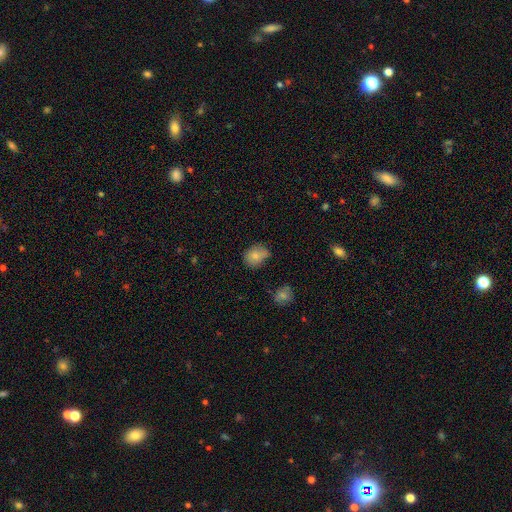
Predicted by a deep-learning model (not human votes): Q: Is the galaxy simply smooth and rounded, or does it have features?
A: smooth — 77%.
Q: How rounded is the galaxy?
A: in between — 50%.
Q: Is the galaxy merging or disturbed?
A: none — 57%.